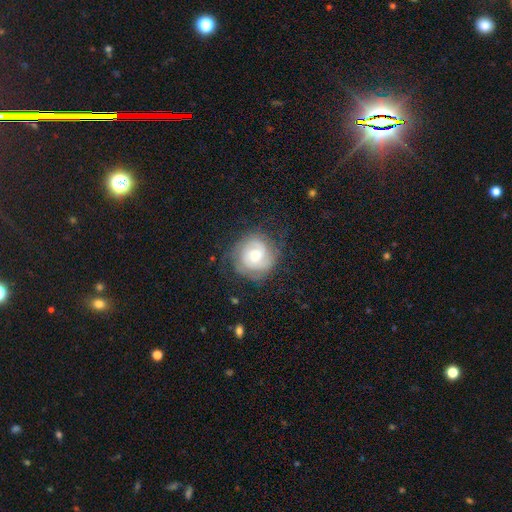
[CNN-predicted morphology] Smooth or featured?
  - featured or disk: 67% *
  - smooth: 26%
  - star or artifact: 7%
Edge-on disk?
  - no: 98% *
  - yes: 2%
Bar?
  - no: 59% *
  - weak: 34%
  - strong: 6%
Spiral arms?
  - yes: 90% *
  - no: 10%
Spiral winding?
  - tight: 57% *
  - medium: 33%
  - loose: 10%
Spiral arm count?
  - 2: 58% *
  - can't tell: 23%
  - 3: 8%
  - 1: 6%
  - 4: 3%
  - more than 4: 2%
Bulge size?
  - moderate: 44% *
  - large: 25%
  - small: 22%
  - none: 6%
  - dominant: 3%
Merging?
  - none: 68% *
  - minor disturbance: 19%
  - major disturbance: 11%
  - merger: 1%